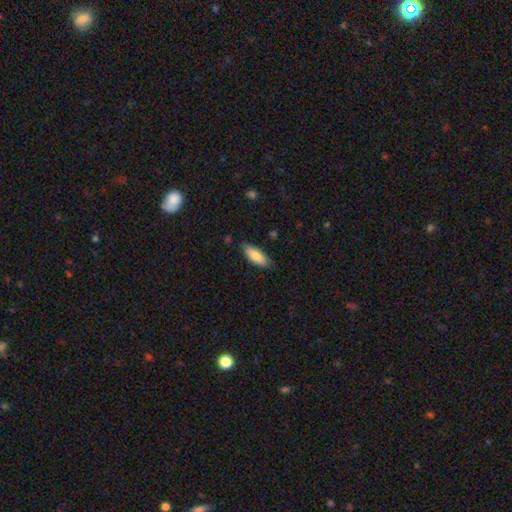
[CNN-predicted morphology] smooth_or_featured: smooth (p=0.80) [alt: featured or disk p=0.14]
how_rounded: in between (p=0.72) [alt: cigar-shaped p=0.27]
merging: none (p=0.84) [alt: minor disturbance p=0.12]